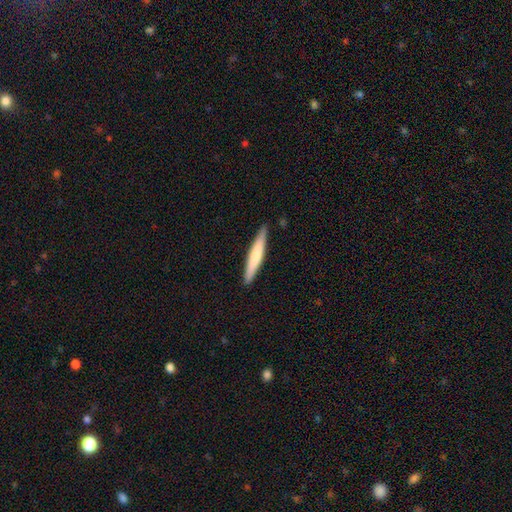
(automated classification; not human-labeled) Morphology: type=smooth (64%); roundness=cigar-shaped (94%); merging=none (89%).